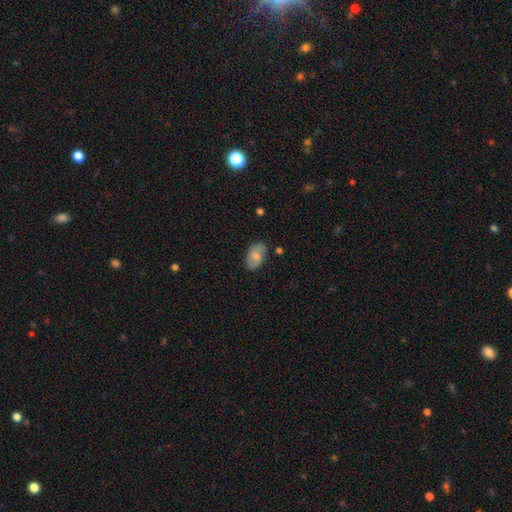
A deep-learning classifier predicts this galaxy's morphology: Smooth or featured? smooth (71%)
How rounded? in between (92%)
Merging? none (80%)